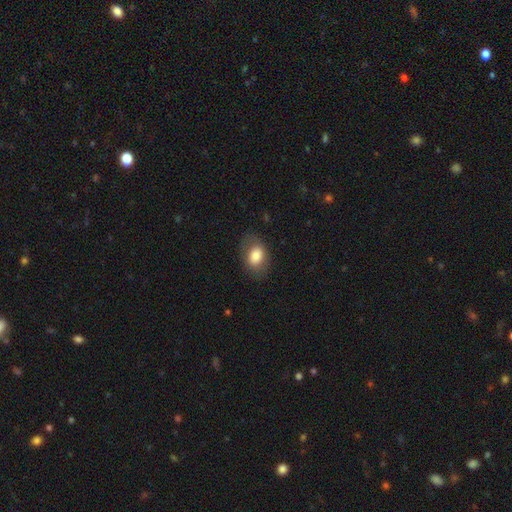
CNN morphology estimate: This appears to be a smooth galaxy with no disk features (76%) that is in between round and cigar-shaped (76%). Merging: none (77%).